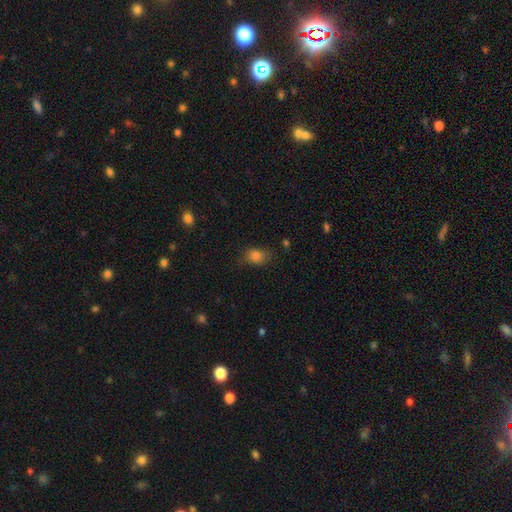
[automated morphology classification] This is clearly a smooth galaxy (82%). How rounded: likely in between (66%). Merging: likely none (71%).